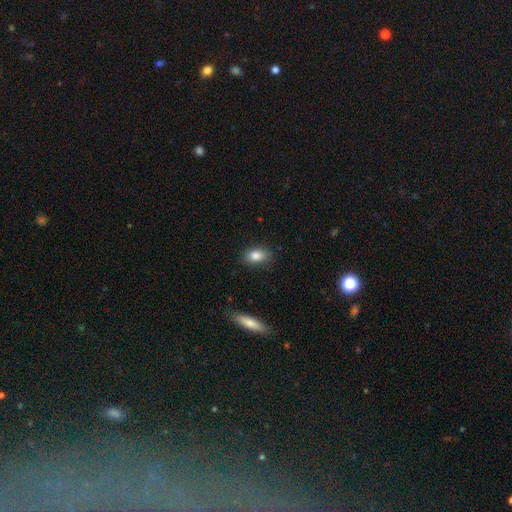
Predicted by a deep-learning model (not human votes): Smooth or featured? smooth (84%)
How rounded? in between (86%)
Merging? none (84%)